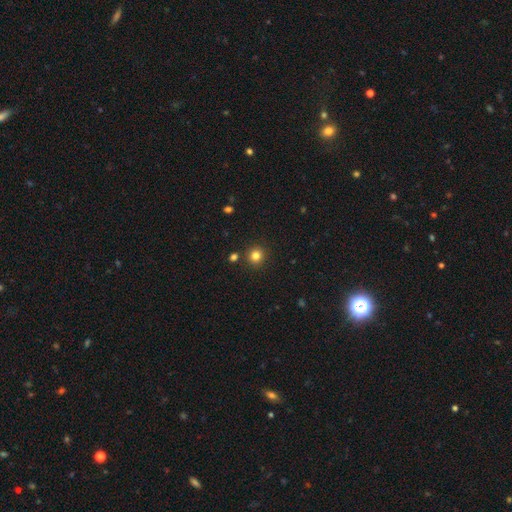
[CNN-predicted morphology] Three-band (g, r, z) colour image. It shows a smooth galaxy with no disk features (81%) that is round (92%). Merging: none (88%).